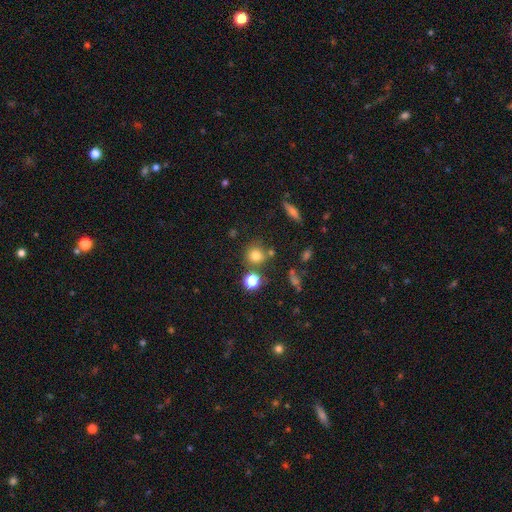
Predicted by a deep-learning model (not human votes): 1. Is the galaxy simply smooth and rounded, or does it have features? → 75% smooth, 16% star or artifact, 8% featured or disk.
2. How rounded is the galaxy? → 88% round, 11% in between, 1% cigar-shaped.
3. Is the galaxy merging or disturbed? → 71% none, 14% merger, 11% minor disturbance, 4% major disturbance.